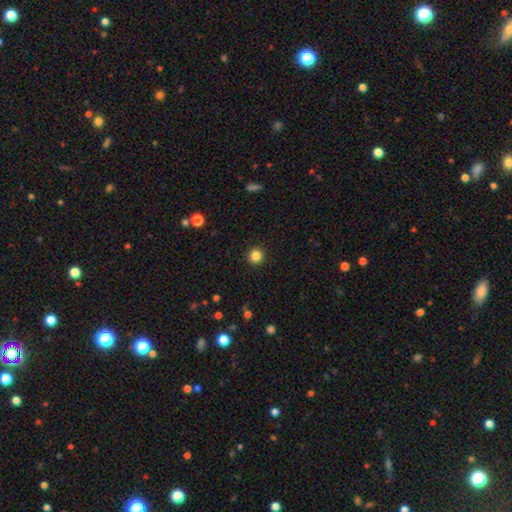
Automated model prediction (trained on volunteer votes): This appears to be a smooth galaxy with no disk features (84%) that is round (93%). Merging: none (92%).